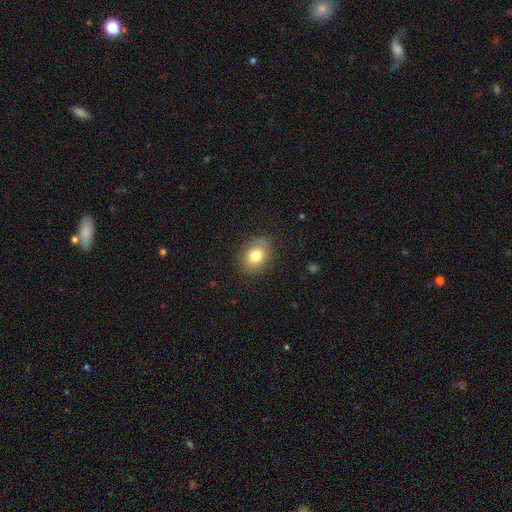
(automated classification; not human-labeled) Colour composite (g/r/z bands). It shows a smooth galaxy with no disk features (79%) that is in between round and cigar-shaped (61%). Merging: none (83%).